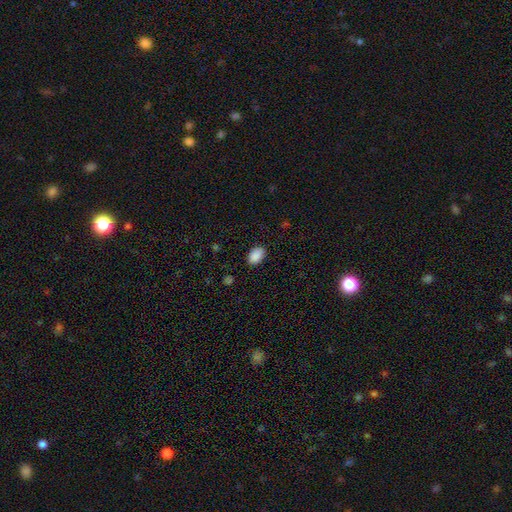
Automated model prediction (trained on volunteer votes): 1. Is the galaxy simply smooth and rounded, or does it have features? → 90% smooth, 8% star or artifact, 3% featured or disk.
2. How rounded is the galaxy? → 88% in between, 10% round, 1% cigar-shaped.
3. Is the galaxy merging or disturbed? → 87% none, 9% minor disturbance, 2% major disturbance, 1% merger.